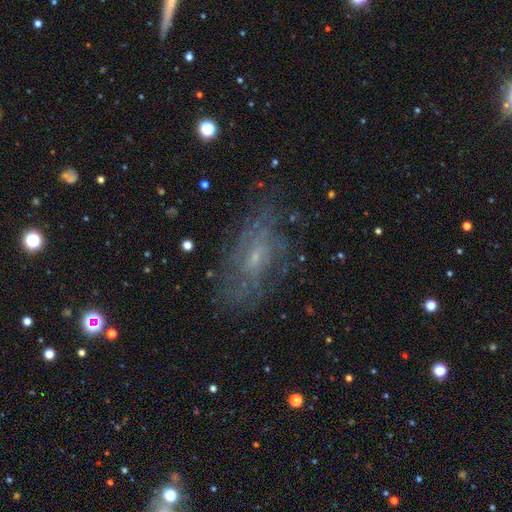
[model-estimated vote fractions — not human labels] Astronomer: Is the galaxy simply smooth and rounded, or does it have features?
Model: featured or disk — 61%.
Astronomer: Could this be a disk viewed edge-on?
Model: no — 88%.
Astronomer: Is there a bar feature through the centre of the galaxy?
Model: no — 60%.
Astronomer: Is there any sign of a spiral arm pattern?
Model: yes — 74%.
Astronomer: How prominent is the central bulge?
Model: small — 67%.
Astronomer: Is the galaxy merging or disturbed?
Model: none — 73%.